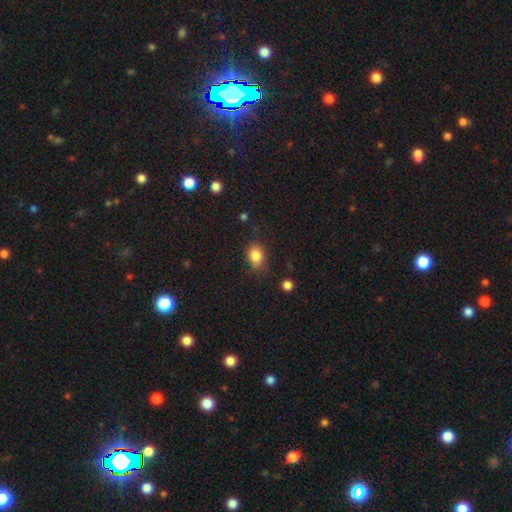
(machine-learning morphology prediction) smooth 84%, star or artifact 10%, featured or disk 6%. Down the decision tree: how rounded — in between (64%); merging — none (72%).